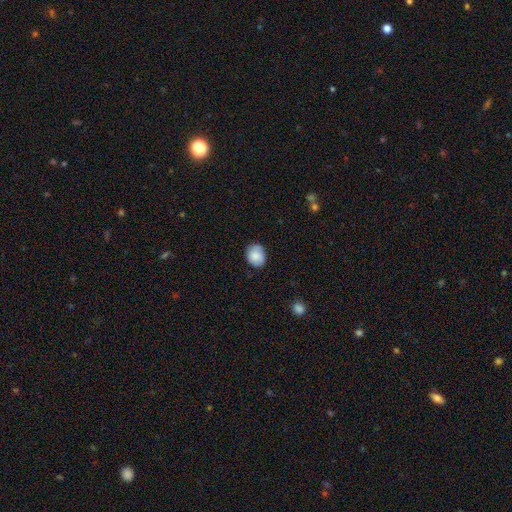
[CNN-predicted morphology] This is clearly a smooth galaxy (83%). How rounded: possibly round (51%). Merging: likely none (77%).